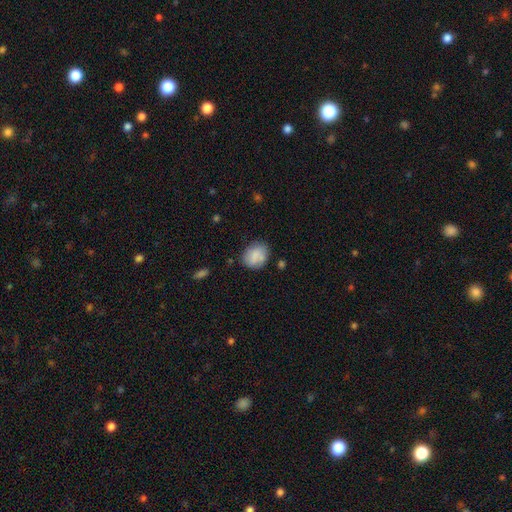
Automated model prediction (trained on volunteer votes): Smooth or featured? smooth (79%)
How rounded? round (53%)
Merging? none (70%)